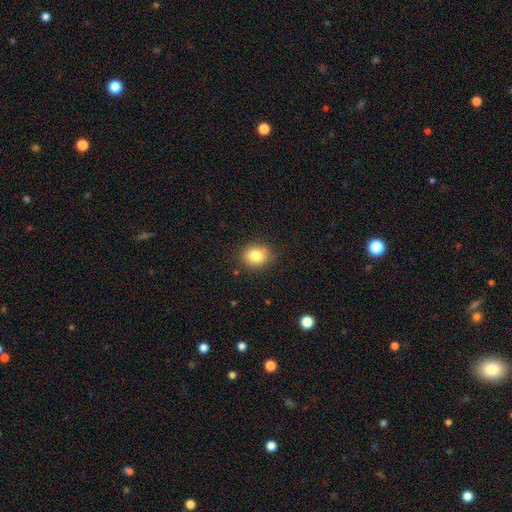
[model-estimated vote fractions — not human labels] Smooth or featured?
  - smooth: 81% *
  - star or artifact: 10%
  - featured or disk: 8%
How rounded?
  - round: 64% *
  - in between: 35%
  - cigar-shaped: 1%
Merging?
  - none: 81% *
  - minor disturbance: 13%
  - major disturbance: 3%
  - merger: 3%